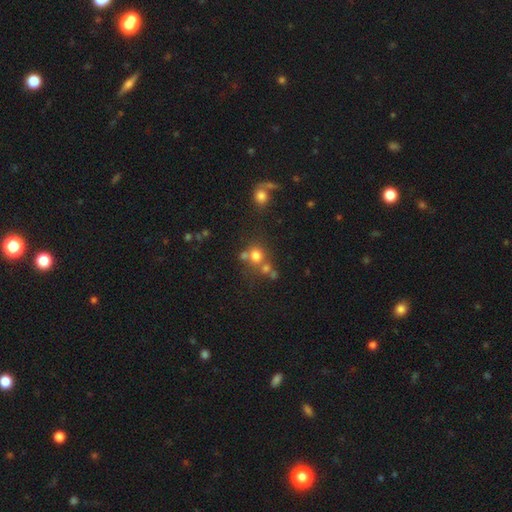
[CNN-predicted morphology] Q: Smooth or featured?
A: smooth (70%); runner-up: star or artifact (18%)
Q: How rounded?
A: round (84%); runner-up: in between (15%)
Q: Merging?
A: none (54%); runner-up: merger (31%)